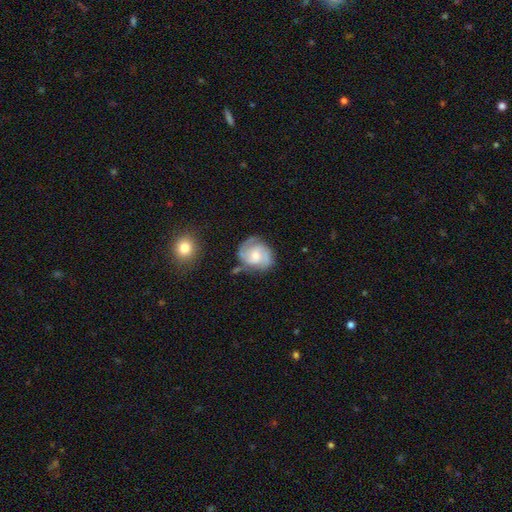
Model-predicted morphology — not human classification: Q: Smooth or featured?
A: featured or disk (76%); runner-up: smooth (18%)
Q: Edge-on disk?
A: no (98%); runner-up: yes (2%)
Q: Bar?
A: no (48%); runner-up: weak (44%)
Q: Spiral arms?
A: yes (94%); runner-up: no (6%)
Q: Spiral winding?
A: medium (47%); runner-up: tight (38%)
Q: Spiral arm count?
A: 2 (67%); runner-up: 3 (13%)
Q: Bulge size?
A: moderate (47%); runner-up: small (44%)
Q: Merging?
A: none (66%); runner-up: minor disturbance (21%)